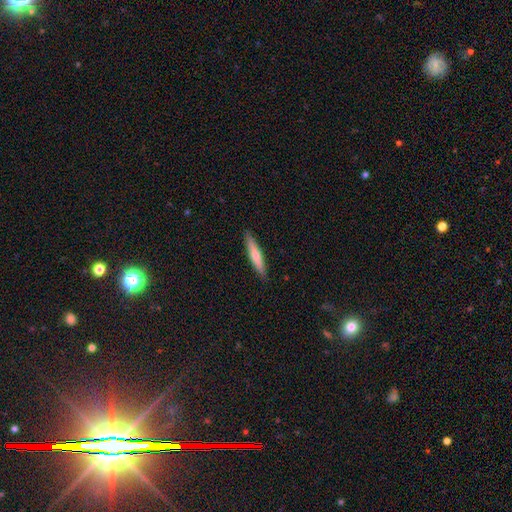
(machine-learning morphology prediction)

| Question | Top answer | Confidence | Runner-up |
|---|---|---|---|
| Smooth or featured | smooth | 66% | featured or disk (29%) |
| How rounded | cigar-shaped | 91% | in between (8%) |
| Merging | none | 89% | minor disturbance (8%) |